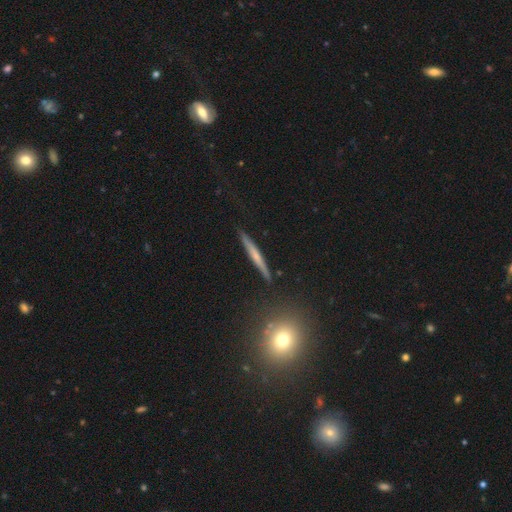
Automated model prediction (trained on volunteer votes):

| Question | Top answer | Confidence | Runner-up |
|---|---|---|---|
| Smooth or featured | featured or disk | 52% | smooth (41%) |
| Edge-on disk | yes | 96% | no (4%) |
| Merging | none | 88% | minor disturbance (8%) |